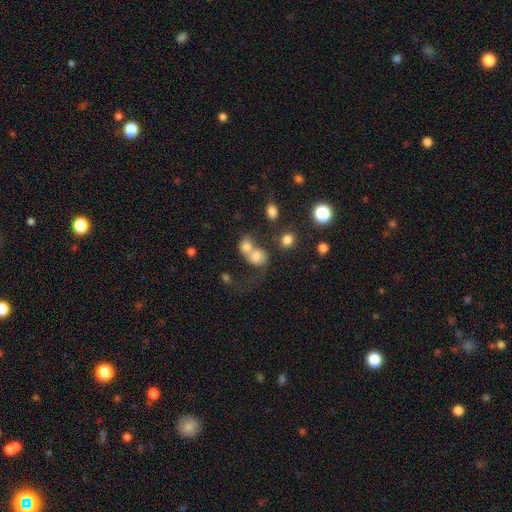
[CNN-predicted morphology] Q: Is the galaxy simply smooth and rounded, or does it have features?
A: smooth — 69%.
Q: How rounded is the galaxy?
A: round — 55%.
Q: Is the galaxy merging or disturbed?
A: merger — 66%.